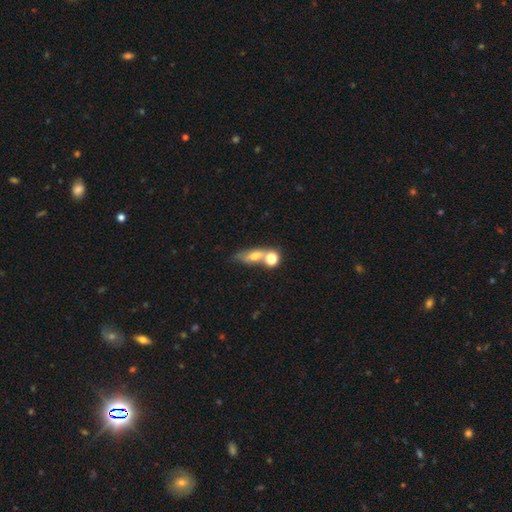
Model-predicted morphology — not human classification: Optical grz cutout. It shows a smooth galaxy with no disk features (62%) that is in between round and cigar-shaped (54%). Merging: merger (39%).